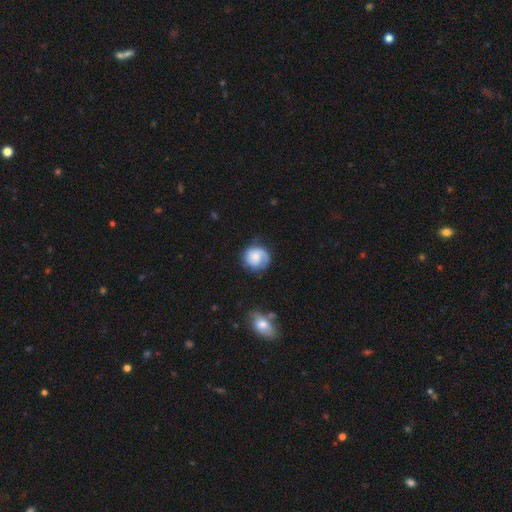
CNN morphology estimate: smooth_or_featured: featured or disk (p=0.52) [alt: smooth p=0.41]
disk_edge_on: no (p=0.98) [alt: yes p=0.02]
bar: no (p=0.73) [alt: weak p=0.23]
has_spiral_arms: yes (p=0.89) [alt: no p=0.11]
bulge_size: small (p=0.46) [alt: moderate p=0.35]
merging: none (p=0.65) [alt: minor disturbance p=0.21]